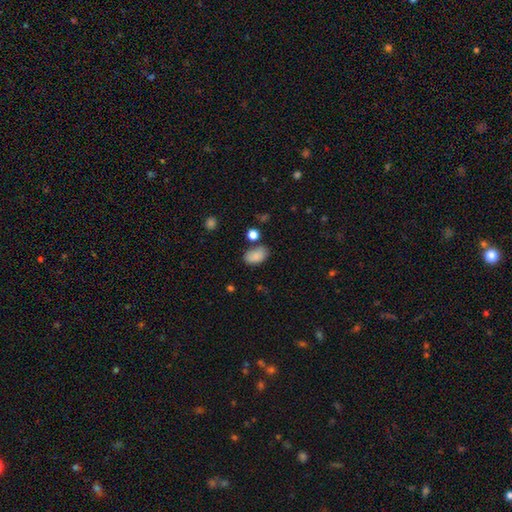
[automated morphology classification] Smooth or featured? Predicted: smooth (p=0.86). How rounded? Predicted: in between (p=0.91). Merging? Predicted: none (p=0.70).